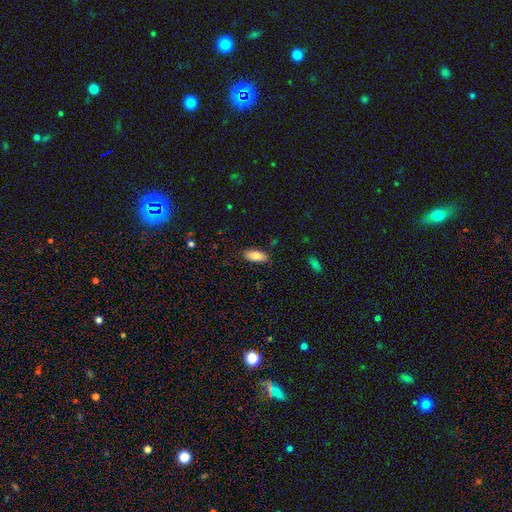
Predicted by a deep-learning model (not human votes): Smooth or featured? smooth (84%)
How rounded? in between (83%)
Merging? none (86%)